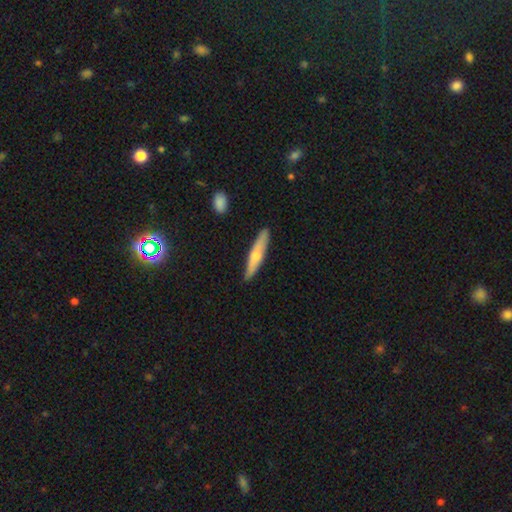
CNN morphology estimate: smooth-or-featured: featured or disk: 51% | smooth: 42% | star or artifact: 7%
  disk-edge-on: yes: 88% | no: 12%
  merging: none: 88% | minor disturbance: 9% | major disturbance: 2% | merger: 1%